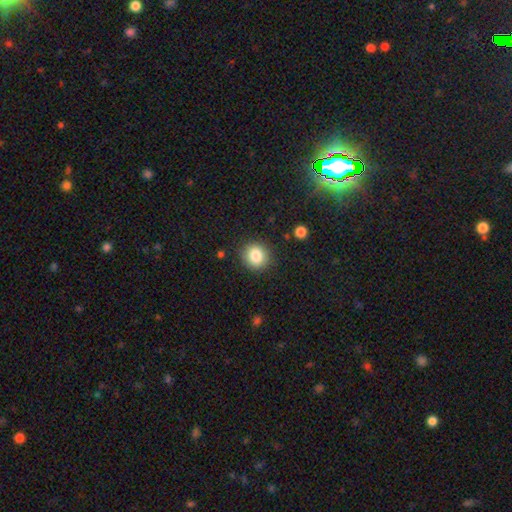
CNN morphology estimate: Smooth or featured?
  - smooth: 84% *
  - star or artifact: 10%
  - featured or disk: 6%
How rounded?
  - round: 87% *
  - in between: 12%
  - cigar-shaped: 1%
Merging?
  - none: 88% *
  - minor disturbance: 8%
  - major disturbance: 2%
  - merger: 1%